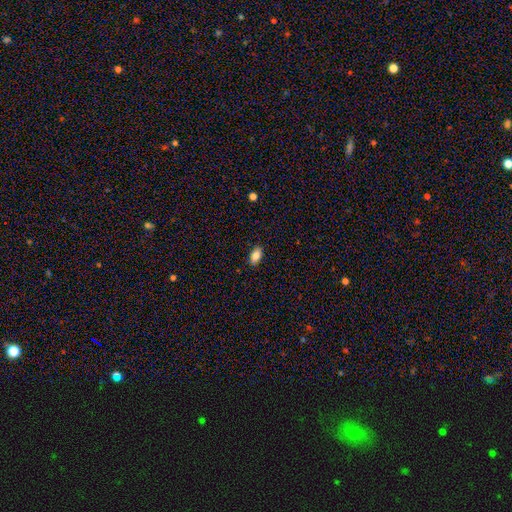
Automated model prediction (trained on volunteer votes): Overall: smooth (84%). How rounded: in between (90%). Merging: none (88%).